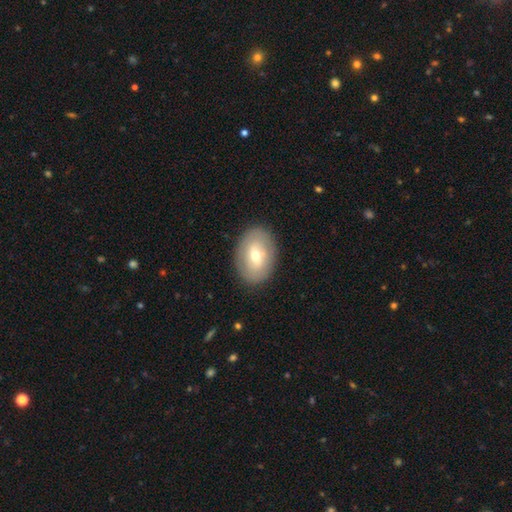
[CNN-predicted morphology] This is possibly a smooth galaxy (57%). How rounded: clearly in between (82%). Merging: clearly none (87%).